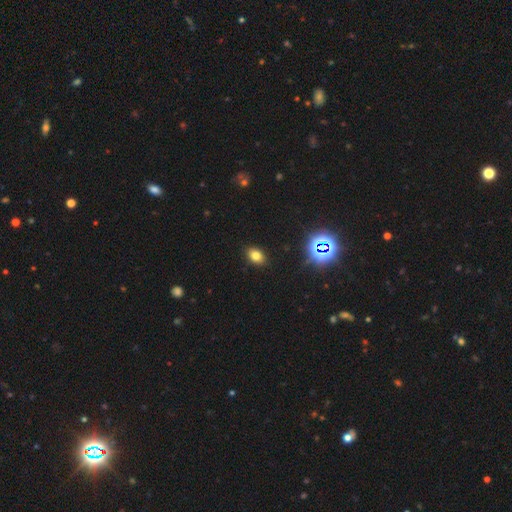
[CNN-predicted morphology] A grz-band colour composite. It shows a smooth galaxy with no disk features (76%) that is in between round and cigar-shaped (81%). Merging: none (89%).